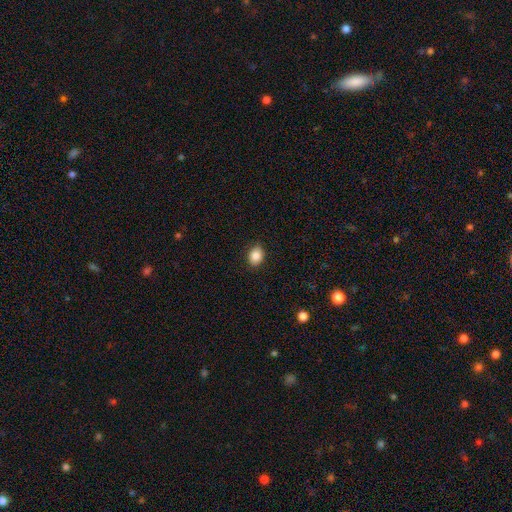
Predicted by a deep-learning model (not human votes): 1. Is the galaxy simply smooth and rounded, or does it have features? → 86% smooth, 8% star or artifact, 5% featured or disk.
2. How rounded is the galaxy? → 68% in between, 31% round, 1% cigar-shaped.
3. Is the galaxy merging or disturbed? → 88% none, 9% minor disturbance, 2% major disturbance, 1% merger.